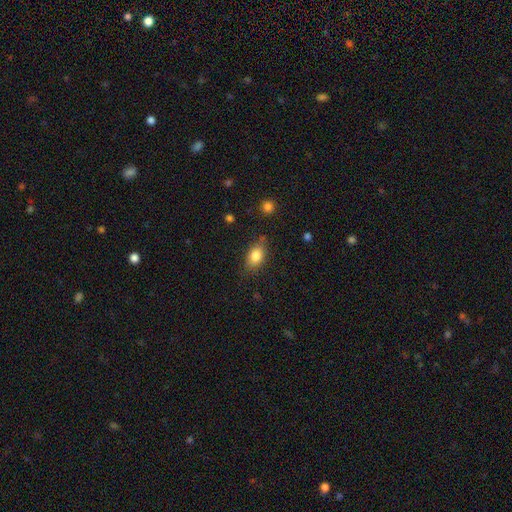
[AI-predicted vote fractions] Morphology: type=smooth (83%); roundness=in between (83%); merging=none (76%).